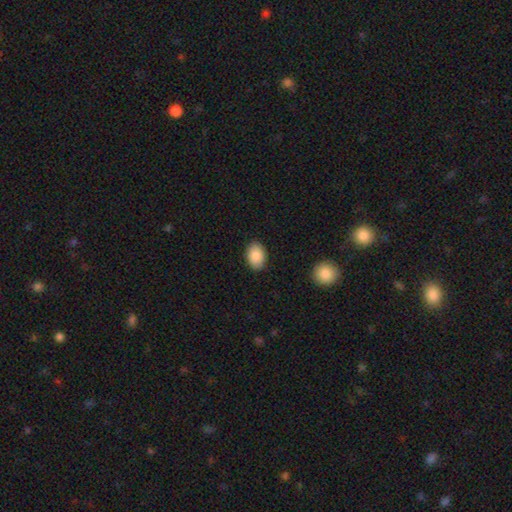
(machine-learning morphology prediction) A smooth galaxy with no disk features (88%) that is in between round and cigar-shaped (86%).

Vote fractions:
- Smooth or featured? smooth: 88% / star or artifact: 7% / featured or disk: 6%
- How rounded? in between: 86% / round: 13% / cigar-shaped: 1%
- Merging? none: 89% / minor disturbance: 8% / major disturbance: 2% / merger: 1%